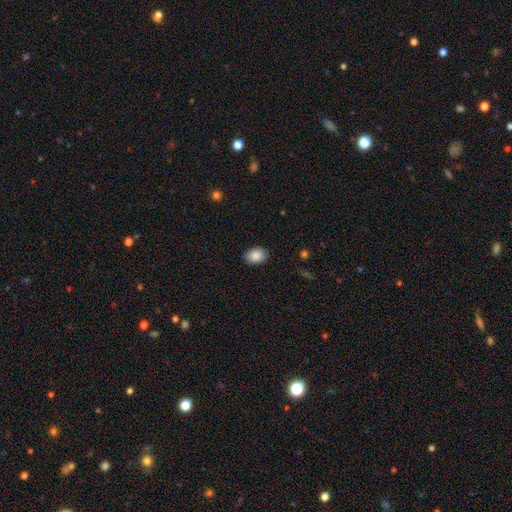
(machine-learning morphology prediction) Smooth or featured? Predicted: smooth (p=0.89). How rounded? Predicted: in between (p=0.75). Merging? Predicted: none (p=0.88).